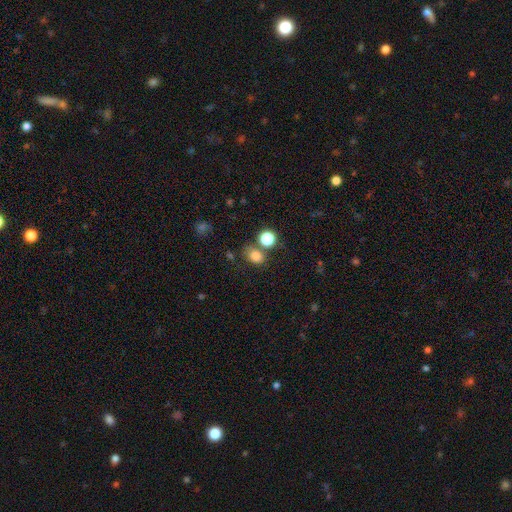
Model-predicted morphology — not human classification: This is likely a smooth galaxy (79%). How rounded: possibly in between (52%). Merging: likely none (65%).